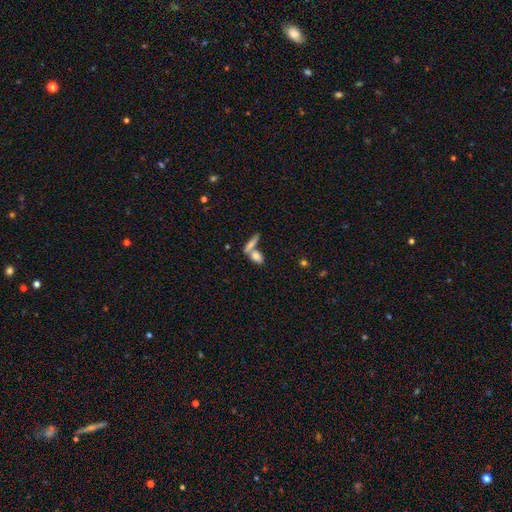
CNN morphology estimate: smooth 74%, featured or disk 17%, star or artifact 8%. Down the decision tree: how rounded — in between (71%); merging — merger (45%).